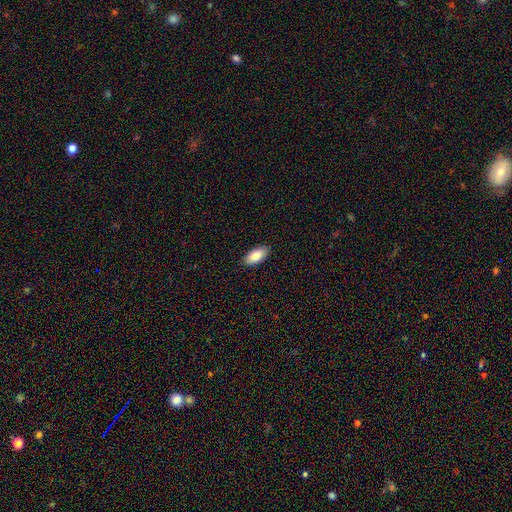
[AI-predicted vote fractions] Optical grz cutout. It shows a smooth galaxy with no disk features (84%) that is in between round and cigar-shaped (92%). Merging: none (89%).